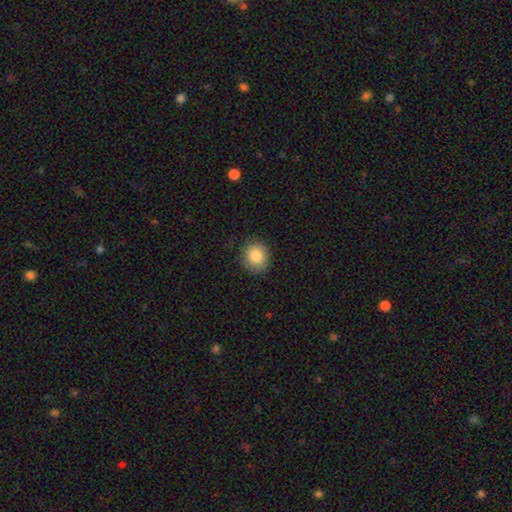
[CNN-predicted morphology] This is clearly a smooth galaxy (85%). How rounded: likely round (73%). Merging: clearly none (84%).